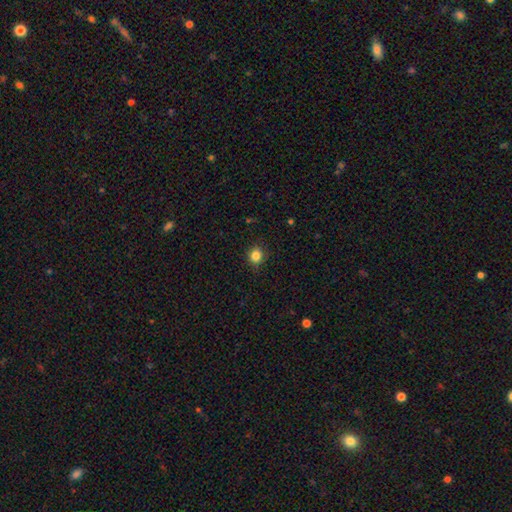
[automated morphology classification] Smooth or featured? smooth (84%)
How rounded? round (85%)
Merging? none (89%)